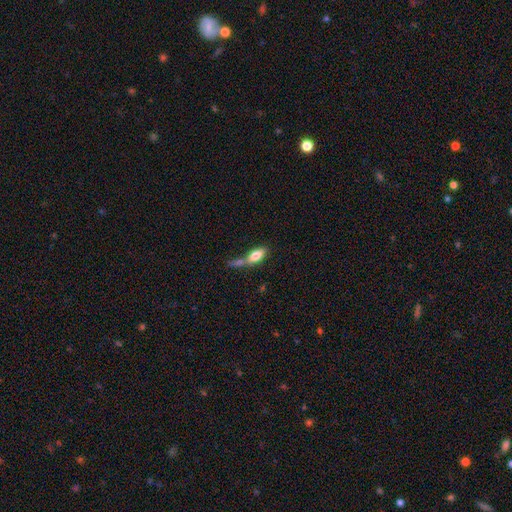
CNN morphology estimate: The model was most divided on "merging": merger: 45%, none: 28%, minor disturbance: 15%, major disturbance: 12%. More confident: how rounded — in between (73%); smooth or featured — smooth (71%).